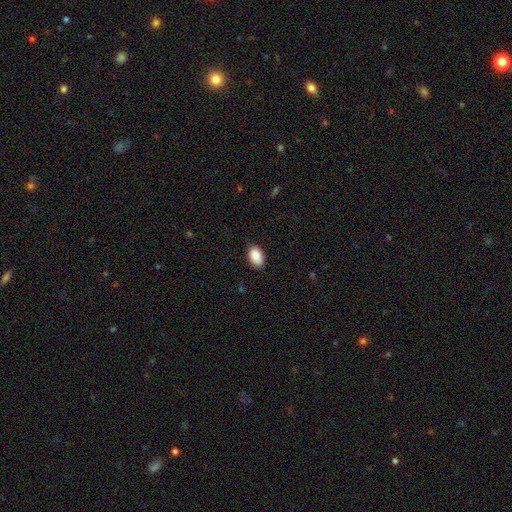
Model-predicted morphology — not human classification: Overall: smooth (90%). How rounded: in between (91%). Merging: none (85%).